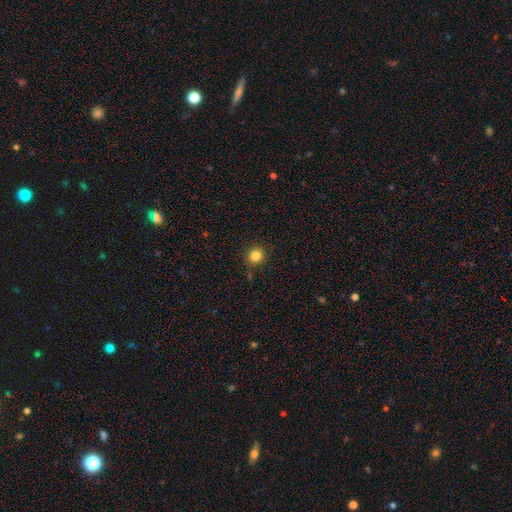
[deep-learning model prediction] Q: Smooth or featured?
A: smooth (83%); runner-up: star or artifact (13%)
Q: How rounded?
A: round (90%); runner-up: in between (9%)
Q: Merging?
A: none (87%); runner-up: minor disturbance (8%)